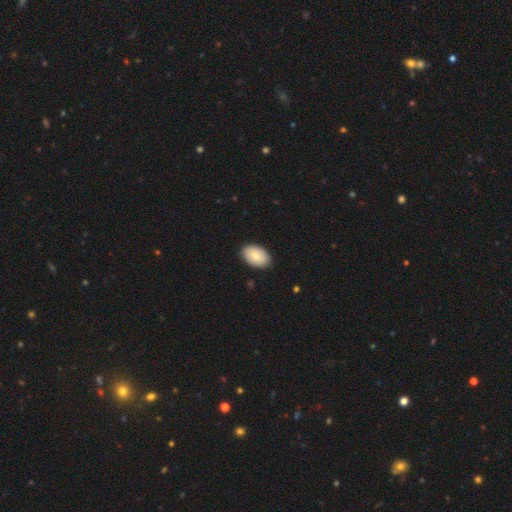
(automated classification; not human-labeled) Smooth or featured: smooth — 78% (featured or disk — 16%)
How rounded: in between — 90% (round — 9%)
Merging: none — 88% (minor disturbance — 9%)